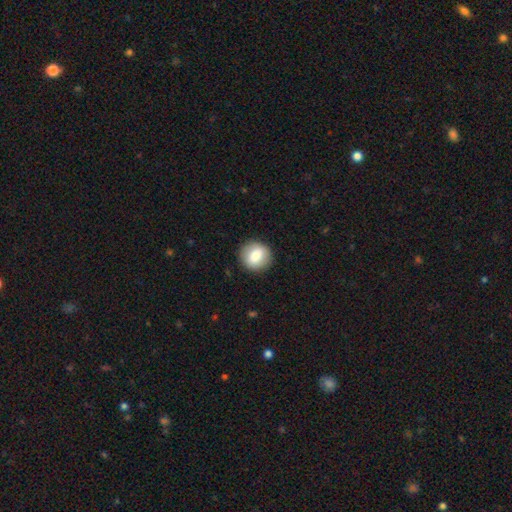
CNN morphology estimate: Smooth or featured: smooth — 78% (featured or disk — 15%)
How rounded: round — 89% (in between — 10%)
Merging: none — 90% (minor disturbance — 7%)